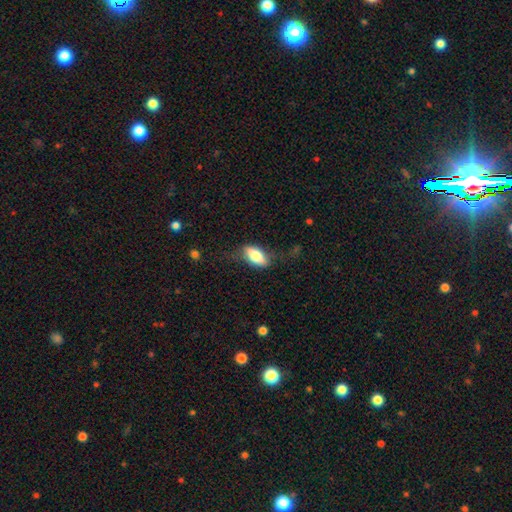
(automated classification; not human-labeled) Morphology: type=smooth (68%); roundness=in between (85%); merging=none (60%).